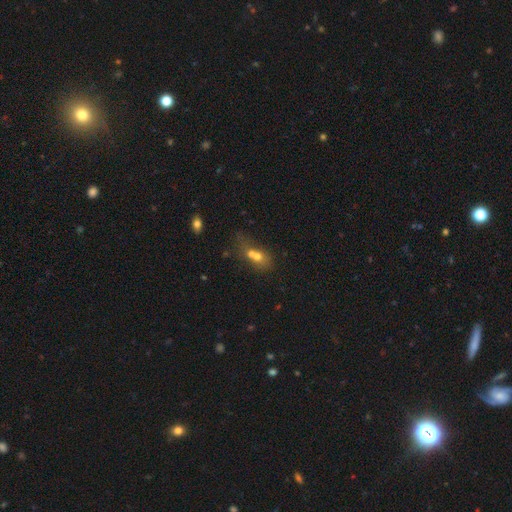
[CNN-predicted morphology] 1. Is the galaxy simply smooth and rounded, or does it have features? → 61% smooth, 26% featured or disk, 14% star or artifact.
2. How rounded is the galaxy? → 54% round, 43% in between, 3% cigar-shaped.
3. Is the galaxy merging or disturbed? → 70% merger, 18% none, 6% minor disturbance, 6% major disturbance.